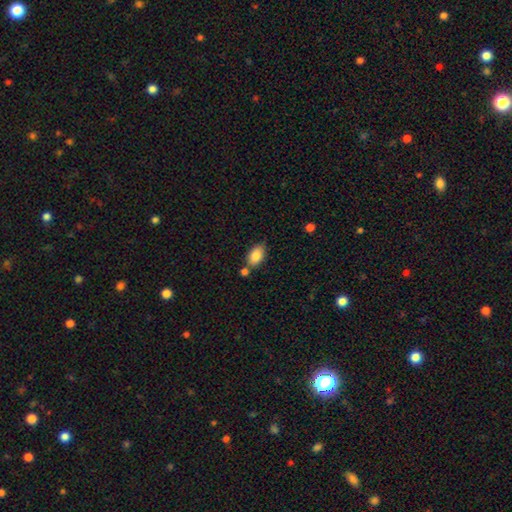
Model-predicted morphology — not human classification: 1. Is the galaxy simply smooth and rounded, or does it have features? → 84% smooth, 9% featured or disk, 7% star or artifact.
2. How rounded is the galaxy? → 90% in between, 8% round, 2% cigar-shaped.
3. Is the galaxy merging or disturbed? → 67% none, 15% merger, 15% minor disturbance, 3% major disturbance.